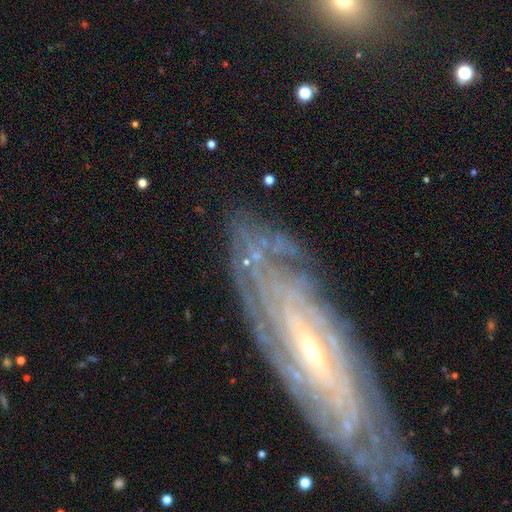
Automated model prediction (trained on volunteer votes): This is likely a featured or disk galaxy (73%). It is clearly not viewed edge-on (92%). Bar: possibly no (54%). Spiral arm pattern: clearly yes (88%). Spiral arm count: marginally can't tell (40%). Spiral winding: likely tight (68%). Central bulge: possibly small (57%). Merging: likely none (67%).